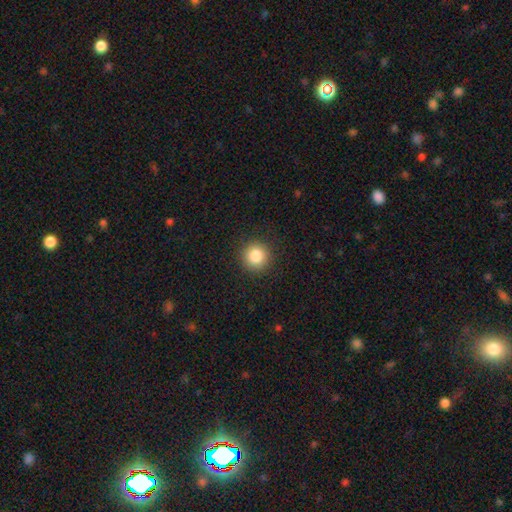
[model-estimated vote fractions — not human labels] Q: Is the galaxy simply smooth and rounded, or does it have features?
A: smooth — 85%.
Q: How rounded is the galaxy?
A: round — 94%.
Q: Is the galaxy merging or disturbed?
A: none — 92%.